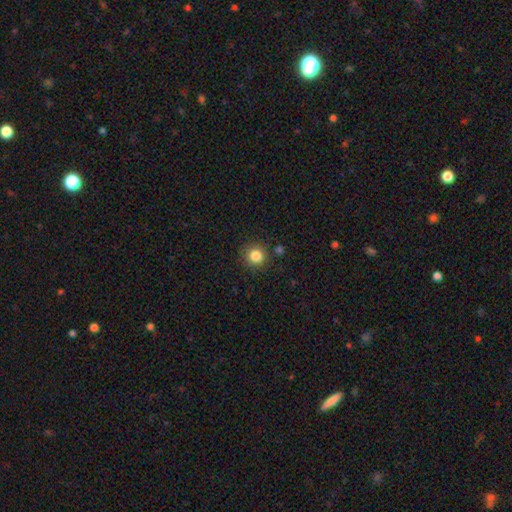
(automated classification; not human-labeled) Smooth or featured? Predicted: smooth (p=0.84). How rounded? Predicted: round (p=0.93). Merging? Predicted: none (p=0.85).